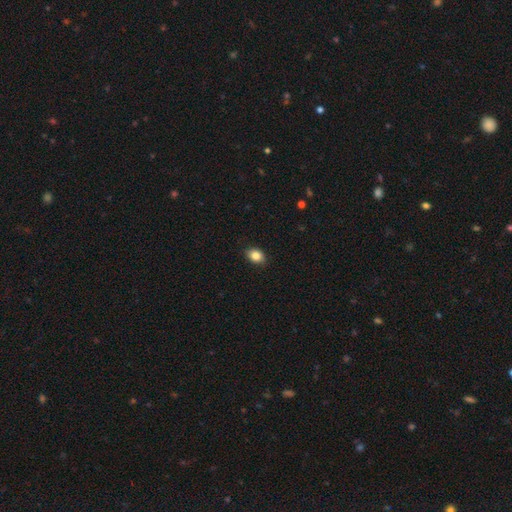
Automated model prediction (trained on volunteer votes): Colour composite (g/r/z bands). It shows a smooth galaxy with no disk features (85%) that is in between round and cigar-shaped (68%). Merging: none (88%).